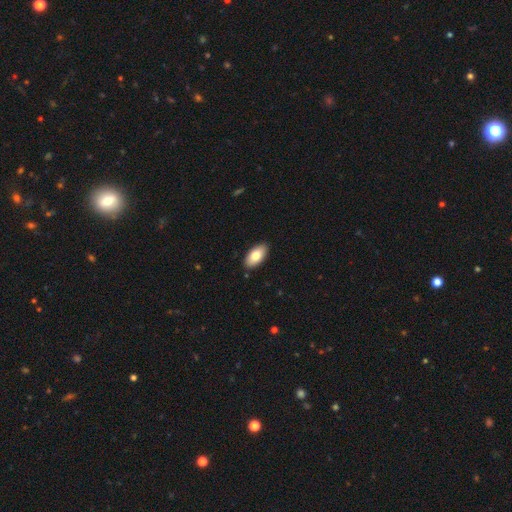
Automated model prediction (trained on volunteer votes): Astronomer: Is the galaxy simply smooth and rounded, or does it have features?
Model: smooth — 81%.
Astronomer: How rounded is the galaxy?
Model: in between — 95%.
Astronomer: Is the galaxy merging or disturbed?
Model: none — 89%.